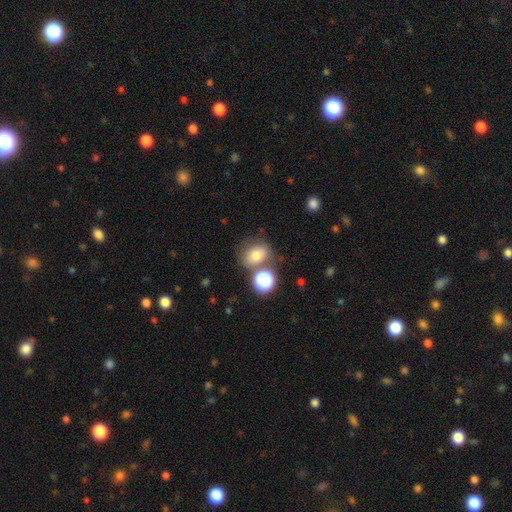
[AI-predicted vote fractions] Smooth or featured?
  - smooth: 73% *
  - star or artifact: 15%
  - featured or disk: 12%
How rounded?
  - in between: 54% *
  - round: 45%
  - cigar-shaped: 1%
Merging?
  - none: 60% *
  - merger: 19%
  - minor disturbance: 15%
  - major disturbance: 6%